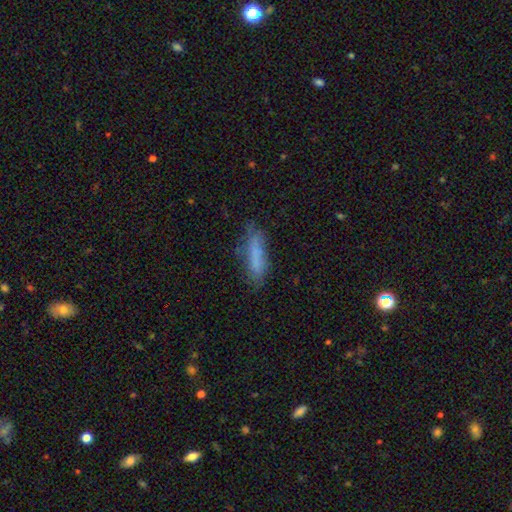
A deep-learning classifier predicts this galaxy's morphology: Smooth or featured? Predicted: smooth (p=0.72). How rounded? Predicted: cigar-shaped (p=0.72). Merging? Predicted: none (p=0.67).